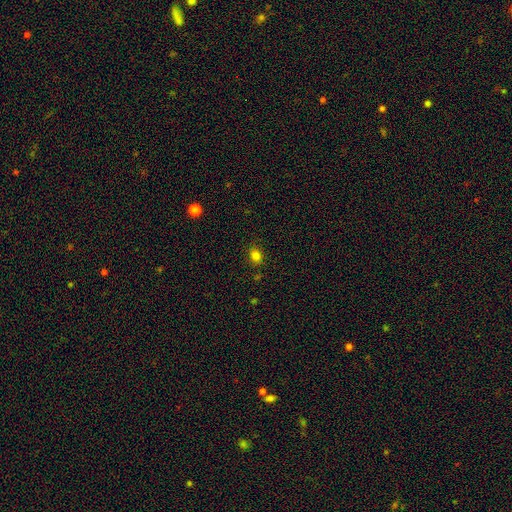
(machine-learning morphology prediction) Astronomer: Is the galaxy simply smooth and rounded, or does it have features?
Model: smooth — 81%.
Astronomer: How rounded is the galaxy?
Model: in between — 50% (runner-up: round, 49%).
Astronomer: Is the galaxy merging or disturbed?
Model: none — 85%.